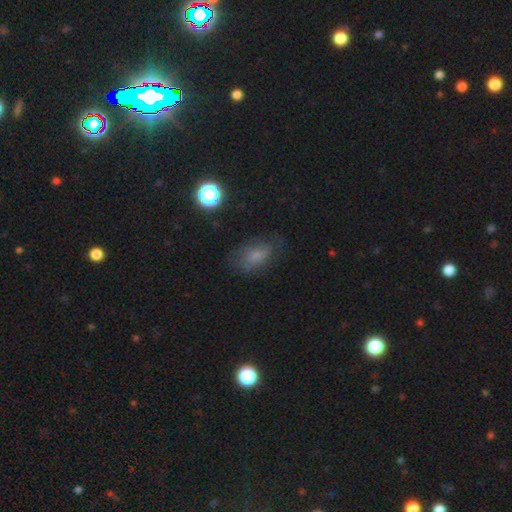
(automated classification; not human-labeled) Smooth or featured?
  - smooth: 61% *
  - featured or disk: 25%
  - star or artifact: 15%
How rounded?
  - in between: 83% *
  - round: 15%
  - cigar-shaped: 2%
Merging?
  - none: 61% *
  - minor disturbance: 24%
  - major disturbance: 13%
  - merger: 2%